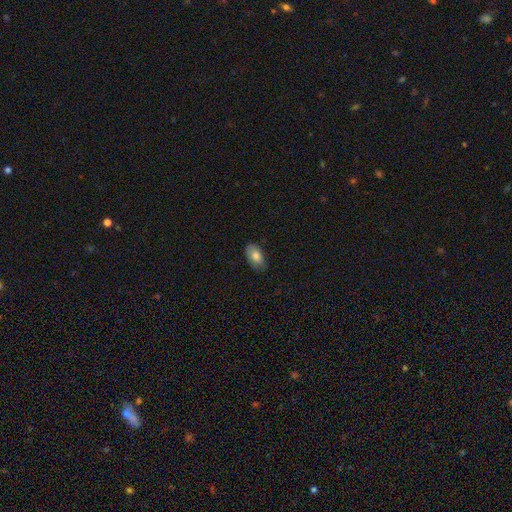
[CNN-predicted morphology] type=smooth (80%); roundness=in between (93%); merging=none (80%).